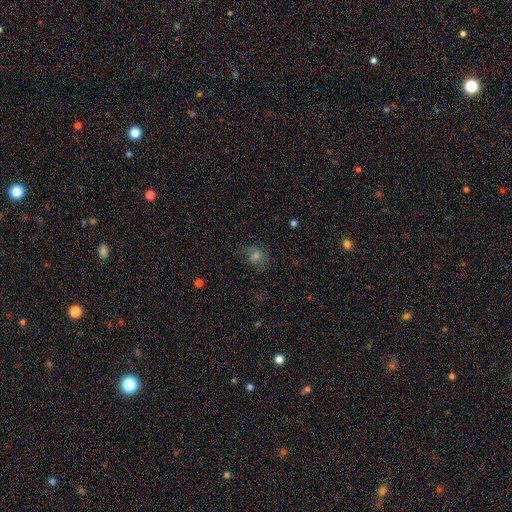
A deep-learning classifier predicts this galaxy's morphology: A featured or disk galaxy (46%).

Vote fractions:
- Smooth or featured? featured or disk: 46% / smooth: 37% / star or artifact: 17%
- Merging? none: 61% / minor disturbance: 22% / major disturbance: 15% / merger: 2%